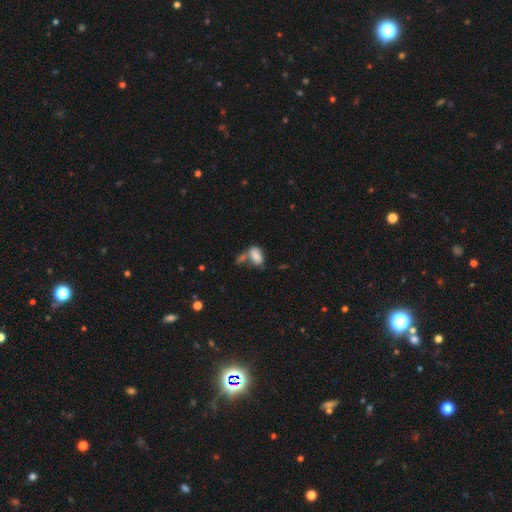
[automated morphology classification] Smooth or featured: smooth — 76% (featured or disk — 15%)
How rounded: in between — 90% (round — 7%)
Merging: merger — 38% (none — 33%)